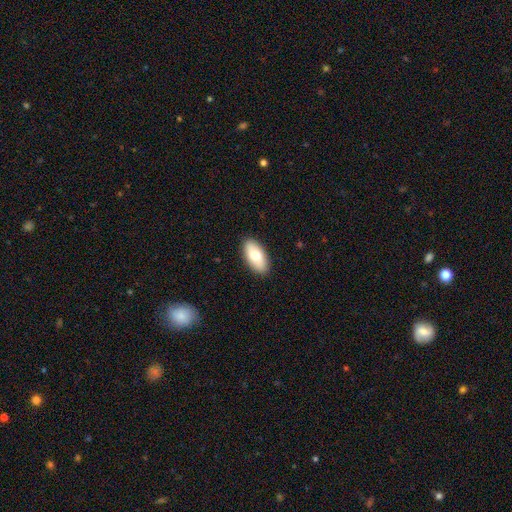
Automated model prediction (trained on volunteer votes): A smooth galaxy with no disk features (75%) that is in between round and cigar-shaped (92%). Merging: none (89%).